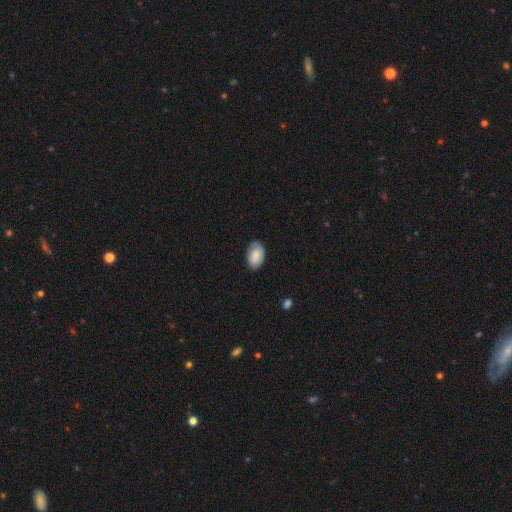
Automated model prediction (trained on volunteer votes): Morphology: type=smooth (78%); roundness=in between (92%); merging=none (77%).